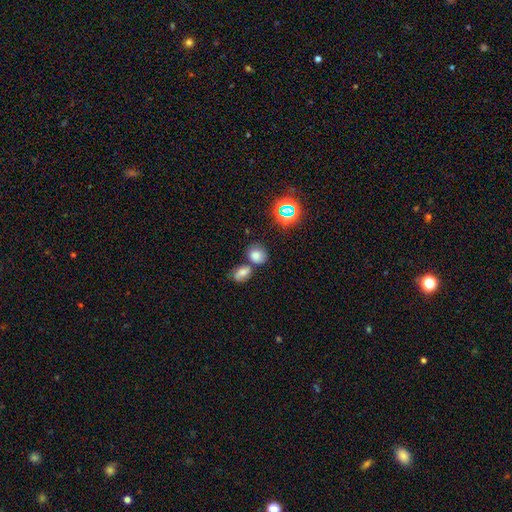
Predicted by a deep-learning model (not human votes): The model was most divided on "how rounded": round: 56%, in between: 43%, cigar-shaped: 1%. More confident: smooth or featured — smooth (72%); merging — none (54%).